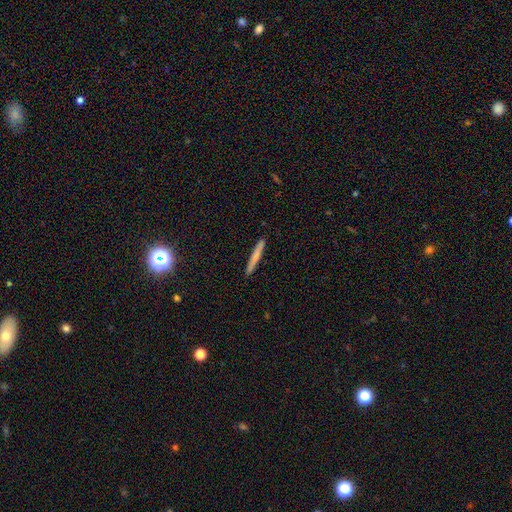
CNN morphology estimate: type=smooth (69%); roundness=cigar-shaped (96%); merging=none (91%).